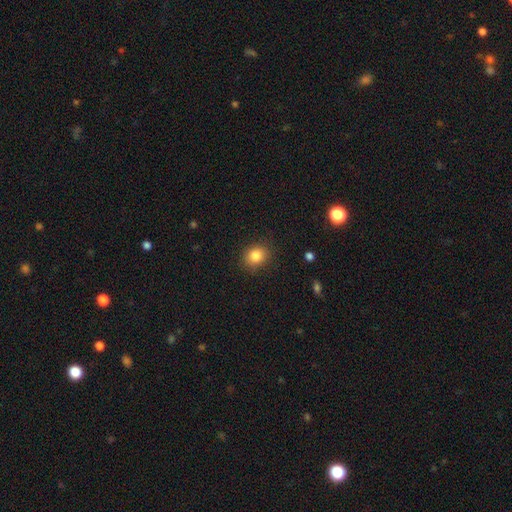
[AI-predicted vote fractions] The model was most divided on "how rounded": round: 63%, in between: 36%, cigar-shaped: 1%. More confident: merging — none (86%); smooth or featured — smooth (84%).